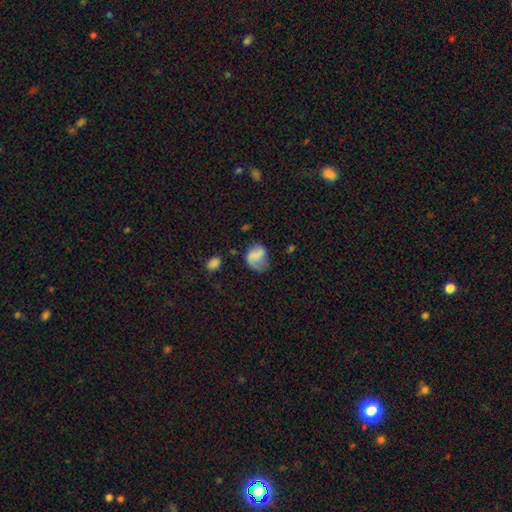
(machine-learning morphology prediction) Smooth or featured: smooth — 66% (featured or disk — 25%)
How rounded: in between — 50% (round — 49%)
Merging: none — 44% (minor disturbance — 32%)